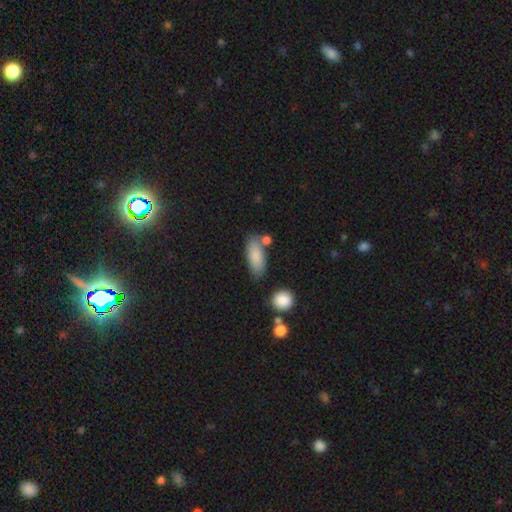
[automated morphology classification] Smooth or featured? Predicted: smooth (p=0.85). How rounded? Predicted: in between (p=0.82). Merging? Predicted: none (p=0.67).